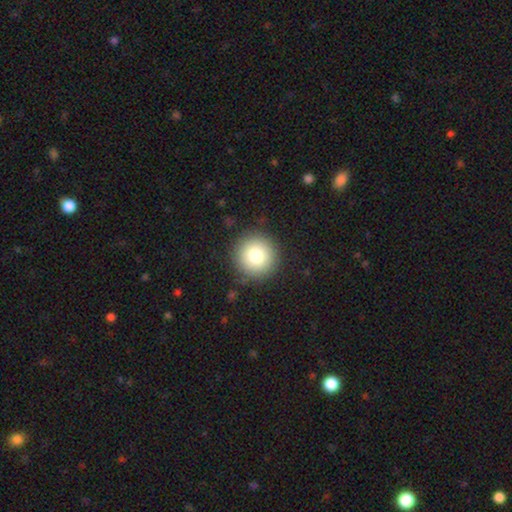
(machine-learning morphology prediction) smooth 80%, featured or disk 10%, star or artifact 10%. Down the decision tree: how rounded — round (95%); merging — none (89%).